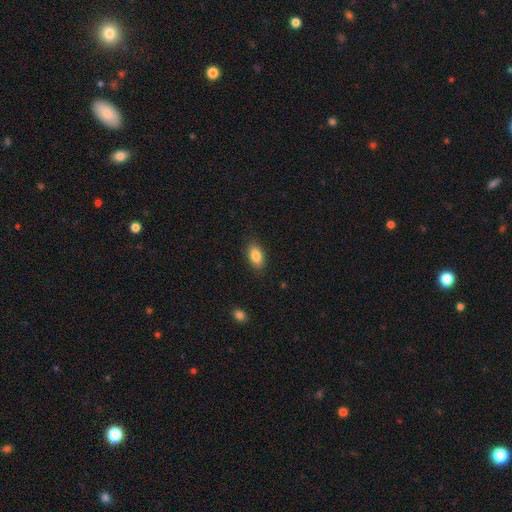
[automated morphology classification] Smooth or featured?
  - smooth: 86% *
  - star or artifact: 7%
  - featured or disk: 7%
How rounded?
  - in between: 90% *
  - round: 6%
  - cigar-shaped: 4%
Merging?
  - none: 86% *
  - minor disturbance: 11%
  - major disturbance: 3%
  - merger: 1%